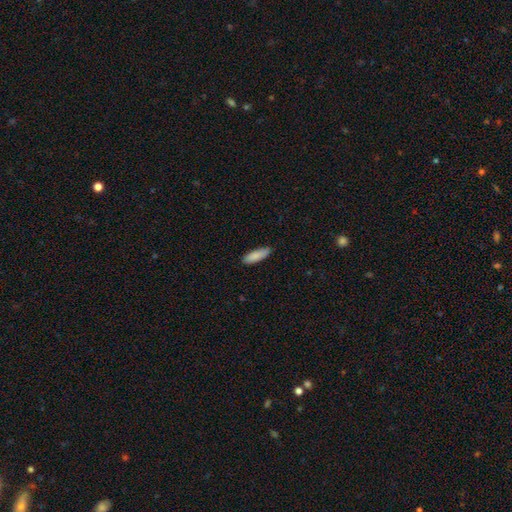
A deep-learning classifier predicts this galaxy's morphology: smooth-or-featured: smooth: 88% | featured or disk: 6% | star or artifact: 6%
  how-rounded: in between: 50% | cigar-shaped: 48% | round: 1%
  merging: none: 86% | minor disturbance: 11% | major disturbance: 2% | merger: 1%